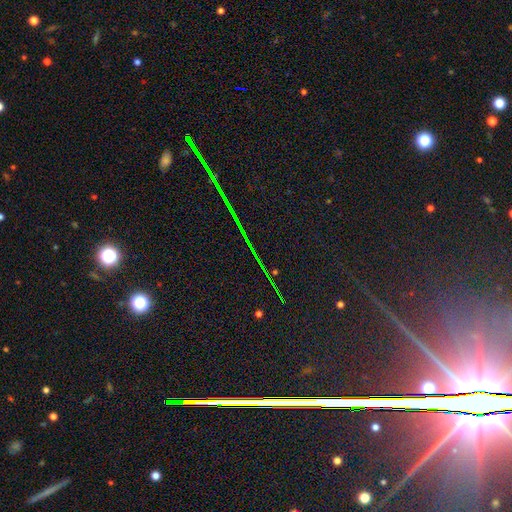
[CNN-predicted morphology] A star or artifact, not a galaxy (84%).

Vote fractions:
- Smooth or featured? star or artifact: 84% / featured or disk: 9% / smooth: 7%